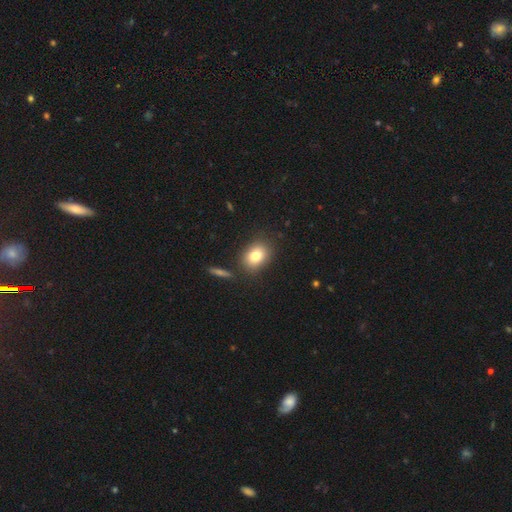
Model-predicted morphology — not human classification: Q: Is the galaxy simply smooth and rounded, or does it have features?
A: smooth — 79%.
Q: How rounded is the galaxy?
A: in between — 59%.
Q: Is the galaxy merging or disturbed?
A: none — 83%.